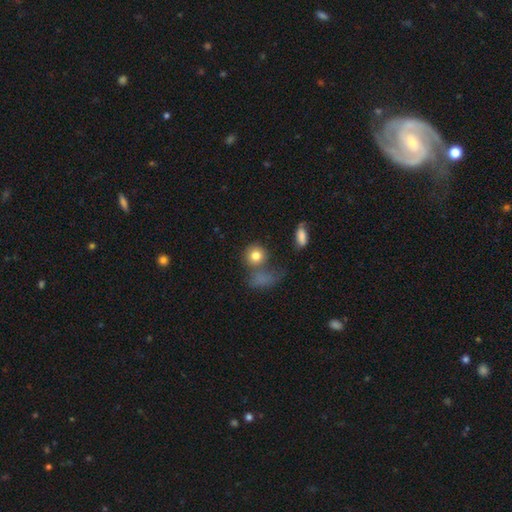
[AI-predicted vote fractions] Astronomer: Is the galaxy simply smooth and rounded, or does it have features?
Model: smooth — 80%.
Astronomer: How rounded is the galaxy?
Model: round — 83%.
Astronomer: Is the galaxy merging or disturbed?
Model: none — 49%.